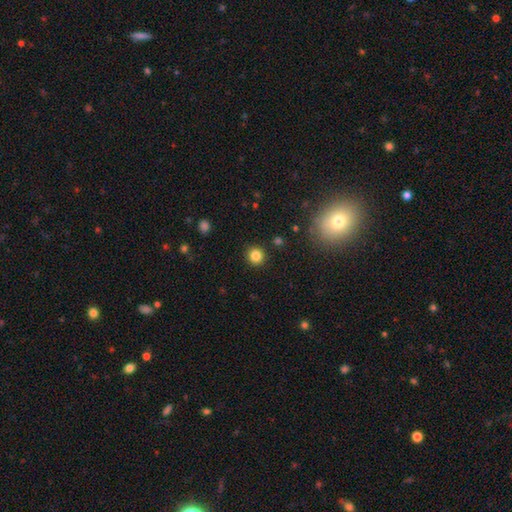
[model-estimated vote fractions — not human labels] smooth_or_featured: smooth (p=0.83) [alt: star or artifact p=0.12]
how_rounded: round (p=0.92) [alt: in between p=0.08]
merging: none (p=0.91) [alt: minor disturbance p=0.06]